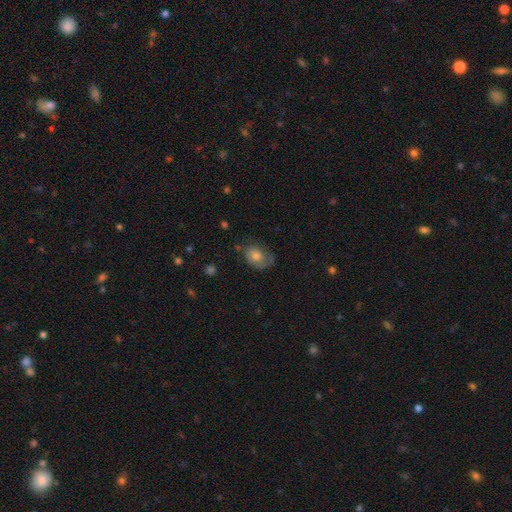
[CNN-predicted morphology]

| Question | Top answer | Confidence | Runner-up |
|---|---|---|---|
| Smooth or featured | smooth | 59% | featured or disk (30%) |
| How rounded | in between | 65% | round (34%) |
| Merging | none | 56% | minor disturbance (28%) |